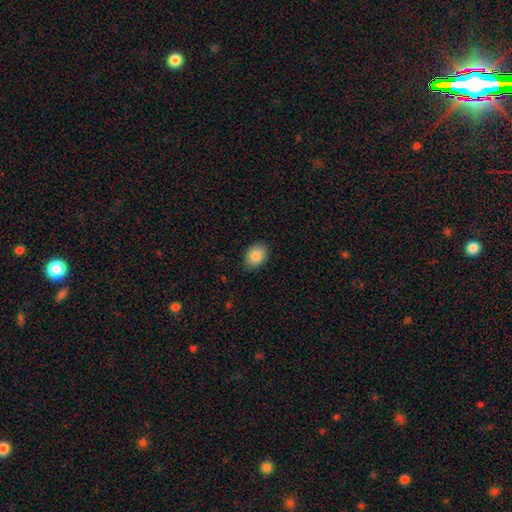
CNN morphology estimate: This appears to be a smooth galaxy with no disk features (88%) that is in between round and cigar-shaped (75%). Merging: none (86%).